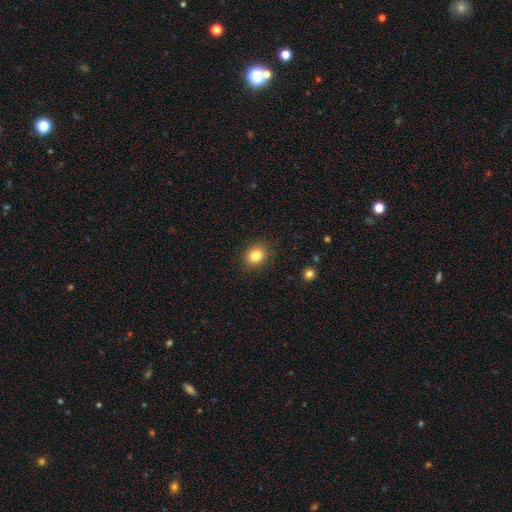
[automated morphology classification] smooth_or_featured: smooth (p=0.83) [alt: star or artifact p=0.10]
how_rounded: round (p=0.58) [alt: in between p=0.41]
merging: none (p=0.88) [alt: minor disturbance p=0.09]